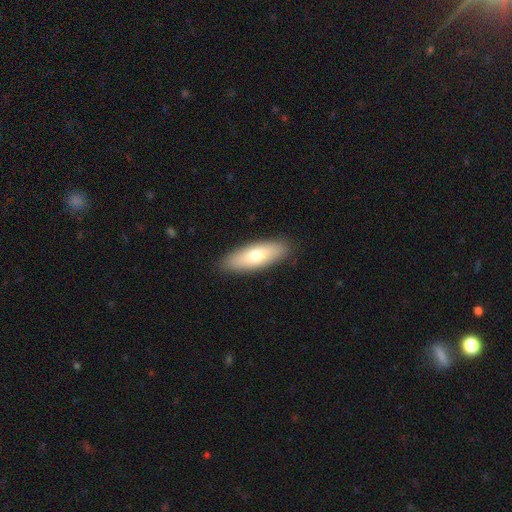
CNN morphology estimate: A smooth galaxy with no disk features (69%) that is in between round and cigar-shaped (58%). Merging: none (90%).